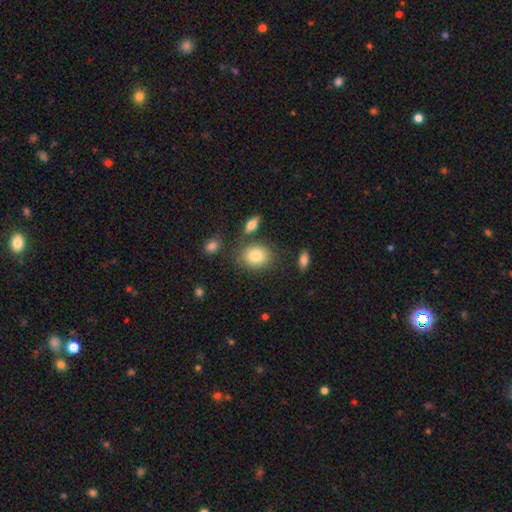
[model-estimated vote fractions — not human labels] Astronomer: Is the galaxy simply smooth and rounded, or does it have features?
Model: smooth — 81%.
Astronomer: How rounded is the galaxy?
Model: round — 52% (runner-up: in between, 46%).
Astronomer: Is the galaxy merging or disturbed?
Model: none — 75%.